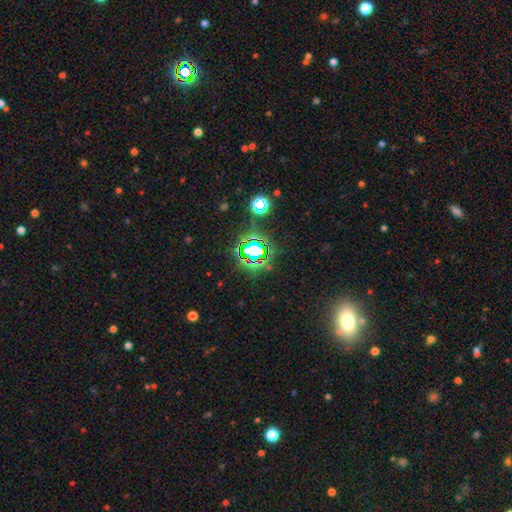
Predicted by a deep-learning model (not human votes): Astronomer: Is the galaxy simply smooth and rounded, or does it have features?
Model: star or artifact — 75%.